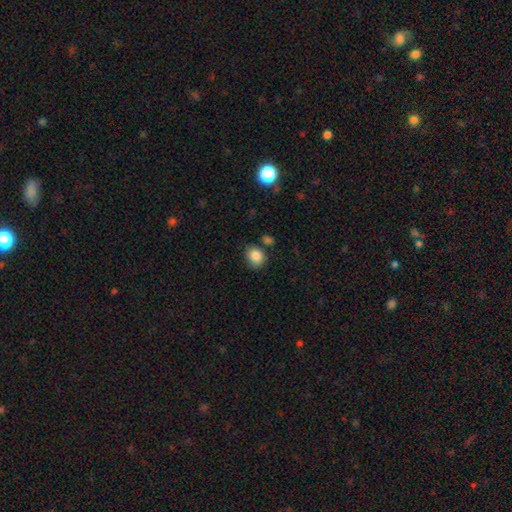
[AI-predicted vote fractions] This is clearly a smooth galaxy (87%). How rounded: possibly round (58%). Merging: likely none (73%).